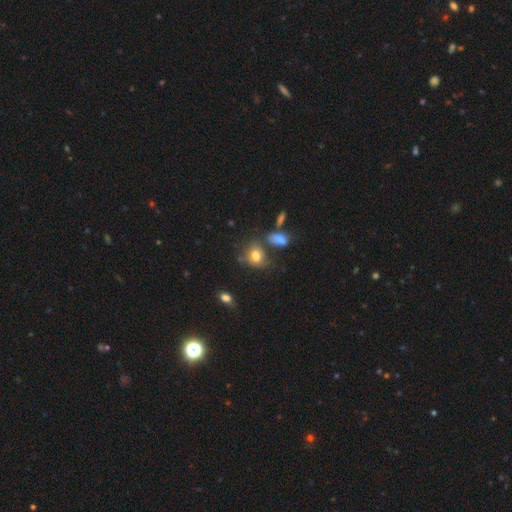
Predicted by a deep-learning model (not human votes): This is likely a smooth galaxy (76%). How rounded: possibly in between (56%). Merging: possibly none (51%).